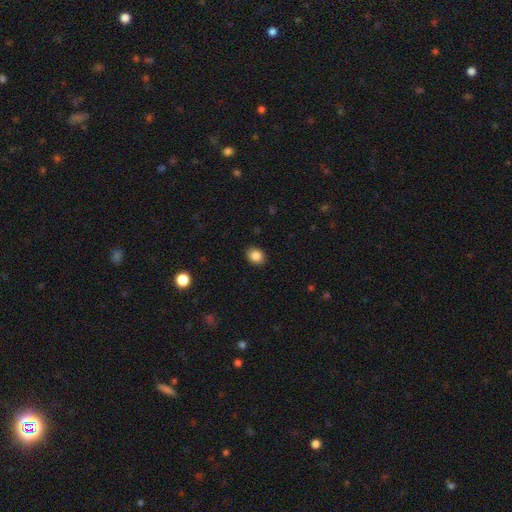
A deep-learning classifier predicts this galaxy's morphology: Smooth or featured? Predicted: smooth (p=0.86). How rounded? Predicted: in between (p=0.51). Merging? Predicted: none (p=0.90).